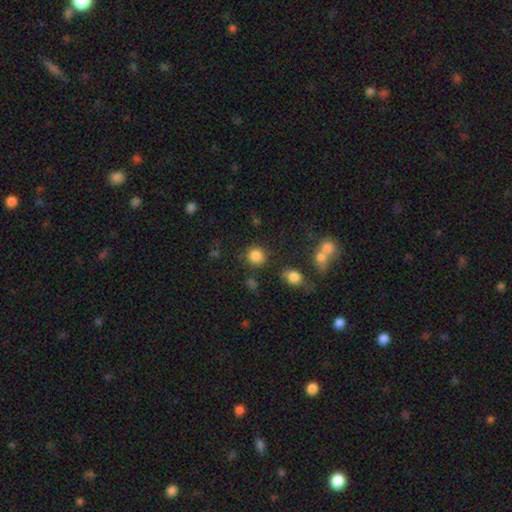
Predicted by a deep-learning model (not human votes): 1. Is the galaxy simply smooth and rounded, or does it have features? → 84% smooth, 11% star or artifact, 4% featured or disk.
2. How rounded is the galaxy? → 87% round, 12% in between, 1% cigar-shaped.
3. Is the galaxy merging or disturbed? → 82% none, 10% minor disturbance, 4% merger, 4% major disturbance.